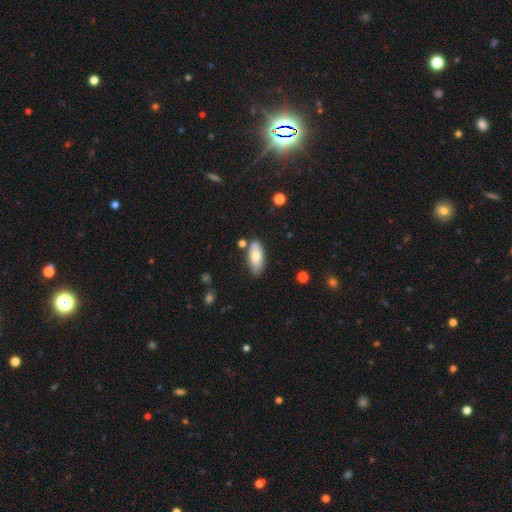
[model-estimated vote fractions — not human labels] Smooth or featured: smooth — 77% (featured or disk — 17%)
How rounded: in between — 87% (cigar-shaped — 11%)
Merging: none — 76% (minor disturbance — 15%)